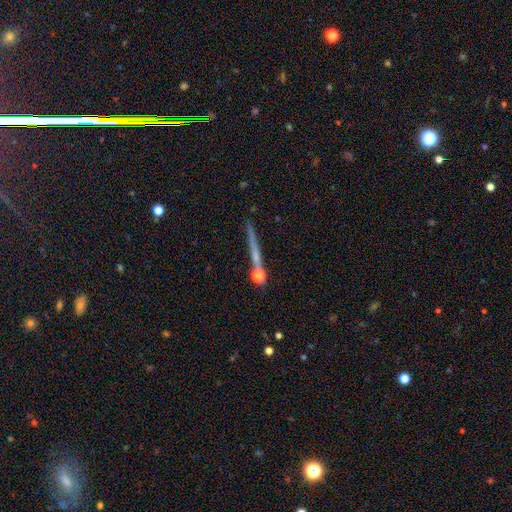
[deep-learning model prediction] smooth_or_featured: featured or disk (p=0.48) [alt: smooth p=0.41]
merging: none (p=0.80) [alt: minor disturbance p=0.10]